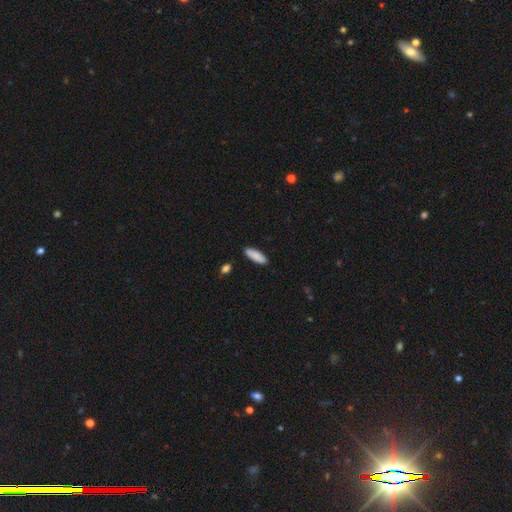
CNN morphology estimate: type=smooth (88%); roundness=in between (57%); merging=none (85%).